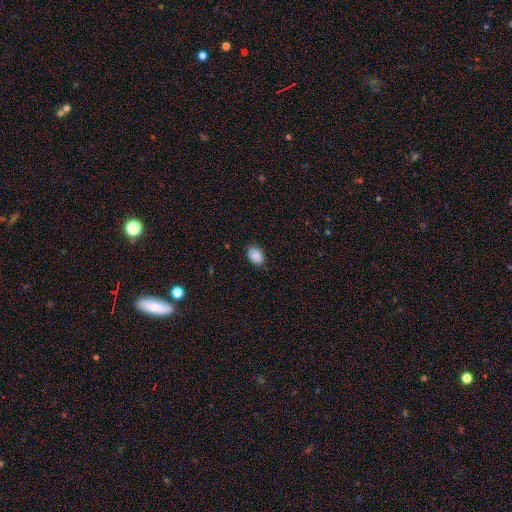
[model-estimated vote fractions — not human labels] A smooth galaxy with no disk features (88%) that is in between round and cigar-shaped (82%).

Vote fractions:
- Smooth or featured? smooth: 88% / star or artifact: 8% / featured or disk: 4%
- How rounded? in between: 82% / round: 17% / cigar-shaped: 1%
- Merging? none: 78% / minor disturbance: 18% / major disturbance: 3% / merger: 1%